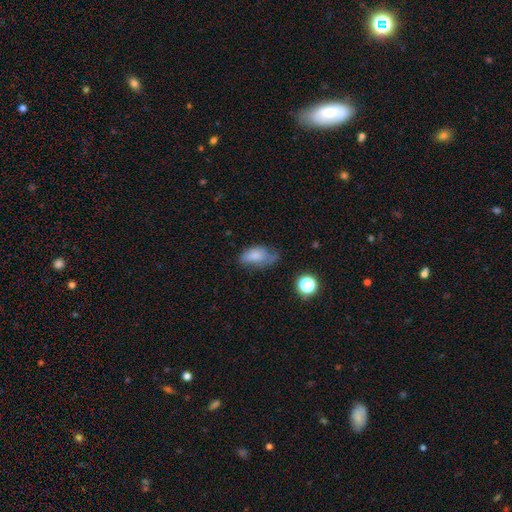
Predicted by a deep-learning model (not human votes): Smooth or featured? smooth (74%)
How rounded? in between (90%)
Merging? none (40%)